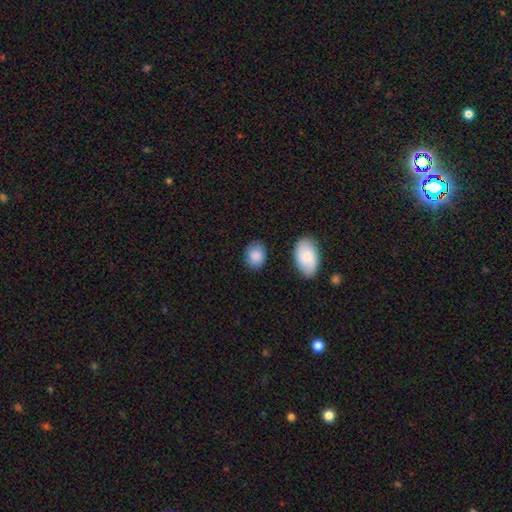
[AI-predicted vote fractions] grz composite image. It shows a smooth galaxy with no disk features (88%) that is in between round and cigar-shaped (64%). Merging: none (80%).